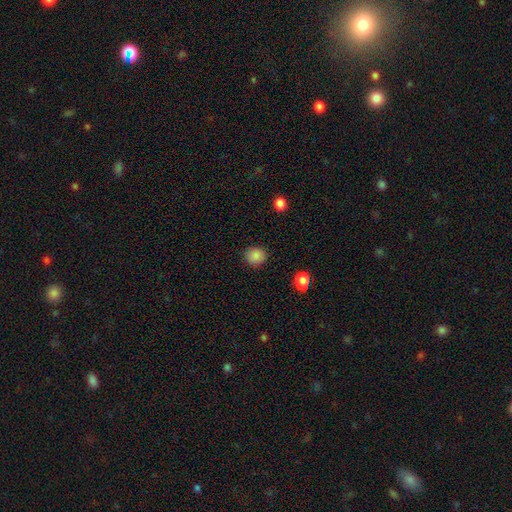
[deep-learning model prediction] A smooth galaxy with no disk features (87%) that is round (80%).

Vote fractions:
- Smooth or featured? smooth: 87% / star or artifact: 10% / featured or disk: 4%
- How rounded? round: 80% / in between: 20% / cigar-shaped: 1%
- Merging? none: 88% / minor disturbance: 9% / major disturbance: 3% / merger: 1%